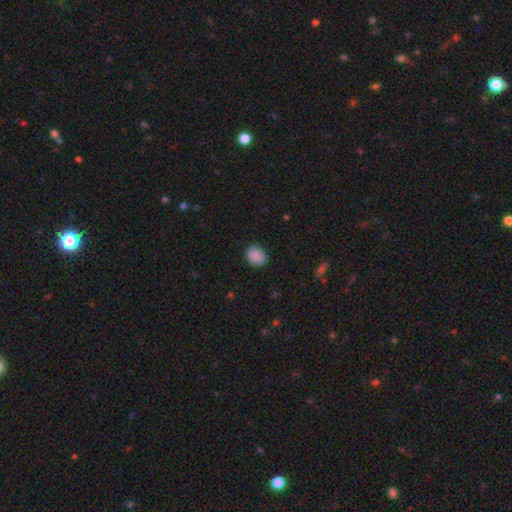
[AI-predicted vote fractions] smooth-or-featured: smooth: 88% | star or artifact: 8% | featured or disk: 3%
  how-rounded: round: 59% | in between: 40% | cigar-shaped: 1%
  merging: none: 85% | minor disturbance: 12% | major disturbance: 3% | merger: 1%